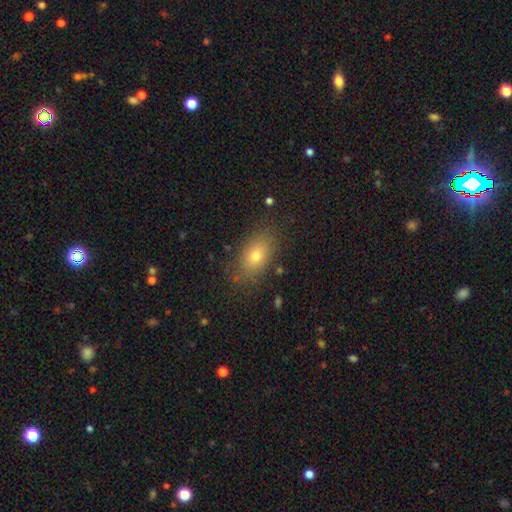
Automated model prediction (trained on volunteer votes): A smooth galaxy with no disk features (75%) that is in between round and cigar-shaped (85%).

Vote fractions:
- Smooth or featured? smooth: 75% / featured or disk: 14% / star or artifact: 11%
- How rounded? in between: 85% / round: 11% / cigar-shaped: 4%
- Merging? none: 82% / minor disturbance: 12% / major disturbance: 4% / merger: 2%